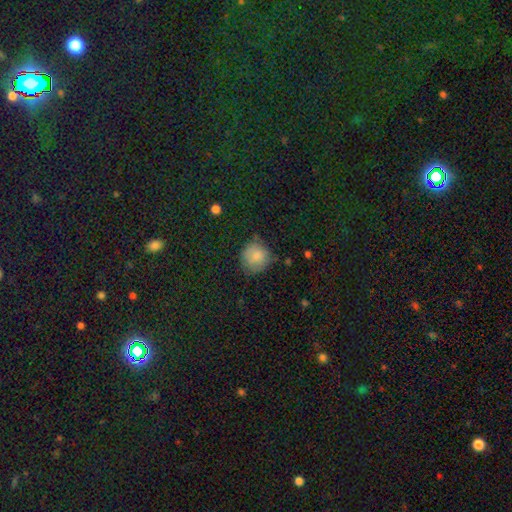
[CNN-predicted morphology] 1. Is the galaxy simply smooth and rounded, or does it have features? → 82% smooth, 10% featured or disk, 9% star or artifact.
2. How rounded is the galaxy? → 85% round, 14% in between, 1% cigar-shaped.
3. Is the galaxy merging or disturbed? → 65% none, 25% minor disturbance, 7% major disturbance, 2% merger.